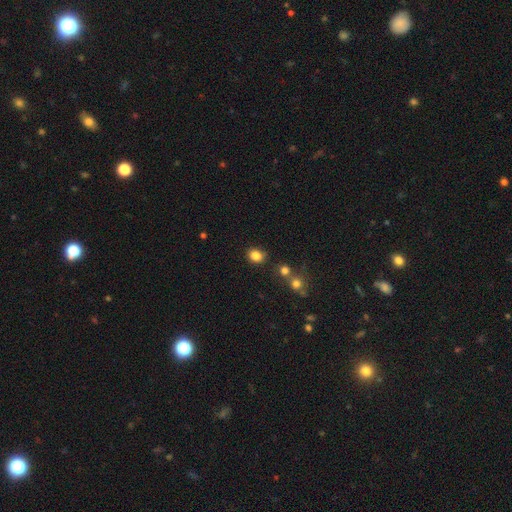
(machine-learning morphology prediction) smooth-or-featured: smooth: 84% | star or artifact: 11% | featured or disk: 4%
  how-rounded: round: 58% | in between: 41% | cigar-shaped: 1%
  merging: none: 79% | minor disturbance: 12% | merger: 6% | major disturbance: 3%